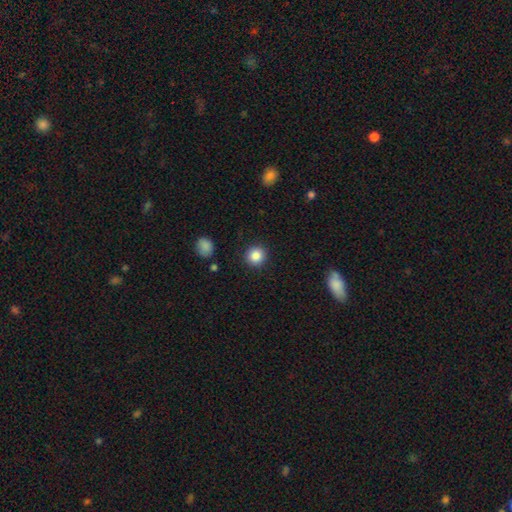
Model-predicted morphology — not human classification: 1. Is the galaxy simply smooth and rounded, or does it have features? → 86% smooth, 10% star or artifact, 4% featured or disk.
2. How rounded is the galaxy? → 93% round, 6% in between, 1% cigar-shaped.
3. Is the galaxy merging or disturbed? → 91% none, 6% minor disturbance, 2% major disturbance, 1% merger.